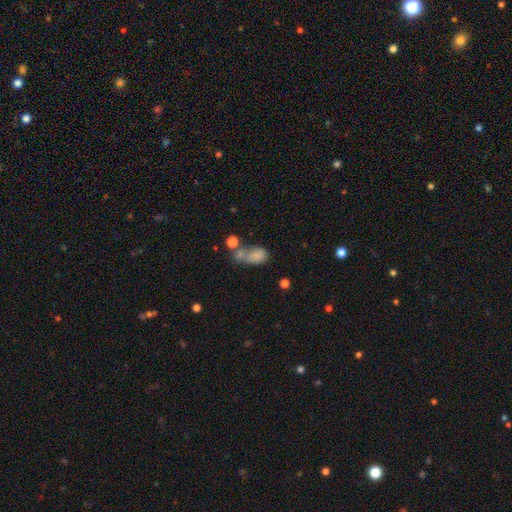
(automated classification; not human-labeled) A smooth galaxy with no disk features (72%) that is in between round and cigar-shaped (80%).

Vote fractions:
- Smooth or featured? smooth: 72% / featured or disk: 16% / star or artifact: 12%
- How rounded? in between: 80% / round: 17% / cigar-shaped: 3%
- Merging? merger: 44% / none: 23% / minor disturbance: 17% / major disturbance: 16%